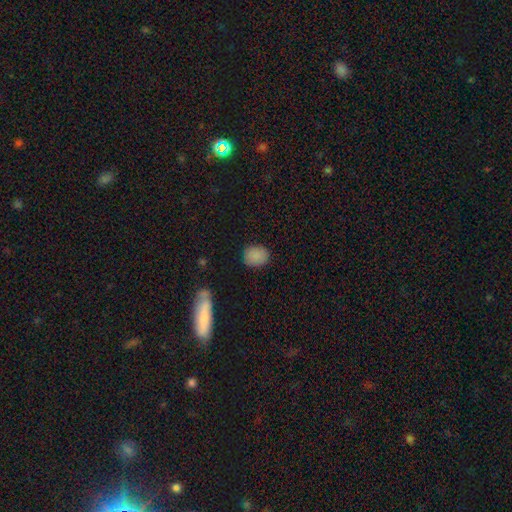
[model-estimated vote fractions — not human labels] This appears to be a smooth galaxy with no disk features (86%) that is round (59%). Merging: none (85%).